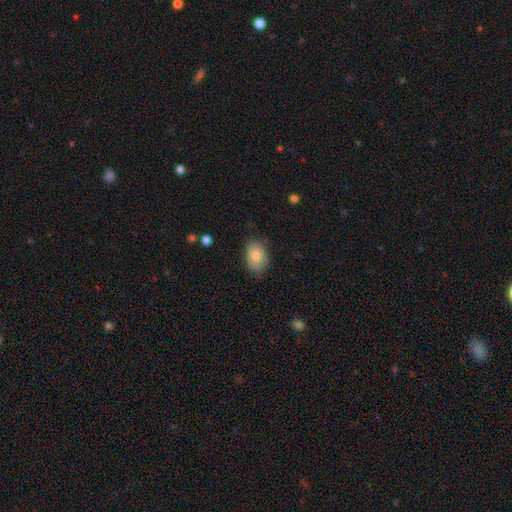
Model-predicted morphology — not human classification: Smooth or featured?
  - smooth: 77% *
  - featured or disk: 15%
  - star or artifact: 8%
How rounded?
  - in between: 81% *
  - round: 18%
  - cigar-shaped: 1%
Merging?
  - none: 77% *
  - minor disturbance: 19%
  - major disturbance: 3%
  - merger: 1%